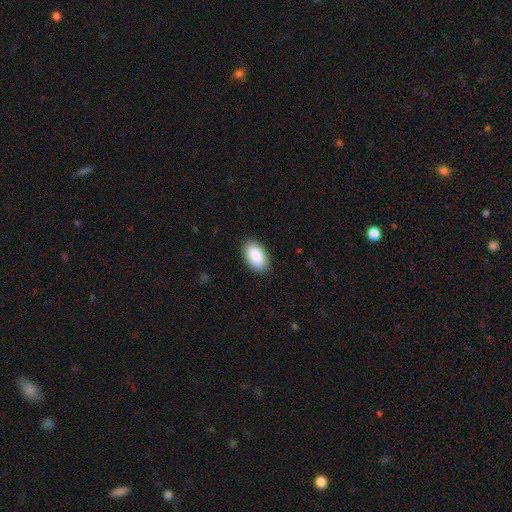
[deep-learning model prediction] A smooth galaxy with no disk features (90%) that is in between round and cigar-shaped (95%).

Vote fractions:
- Smooth or featured? smooth: 90% / star or artifact: 6% / featured or disk: 4%
- How rounded? in between: 95% / round: 3% / cigar-shaped: 1%
- Merging? none: 89% / minor disturbance: 8% / major disturbance: 2% / merger: 1%